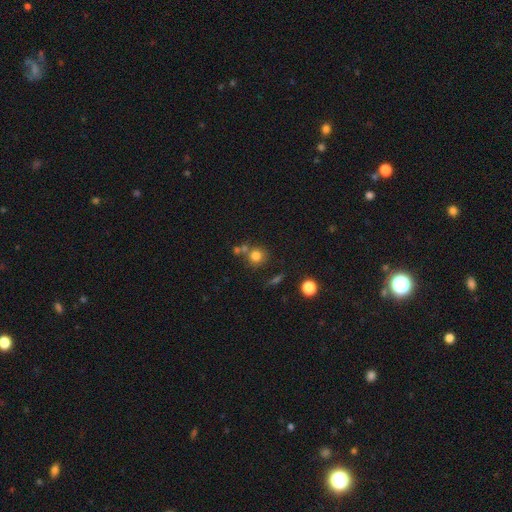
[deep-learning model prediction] smooth_or_featured: smooth (p=0.77) [alt: star or artifact p=0.14]
how_rounded: round (p=0.89) [alt: in between p=0.10]
merging: none (p=0.63) [alt: merger p=0.22]